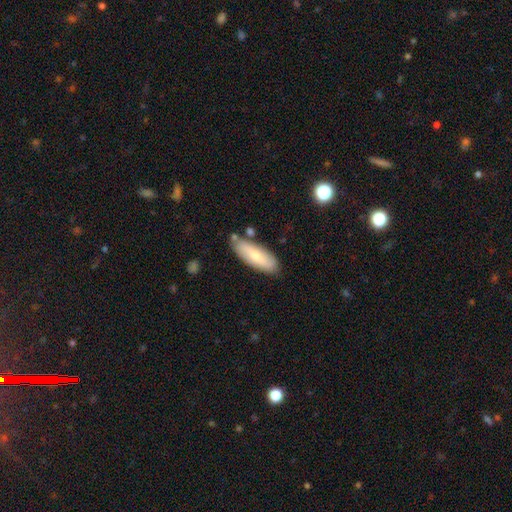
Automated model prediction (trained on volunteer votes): Morphology: type=smooth (69%); roundness=in between (61%); merging=none (80%).